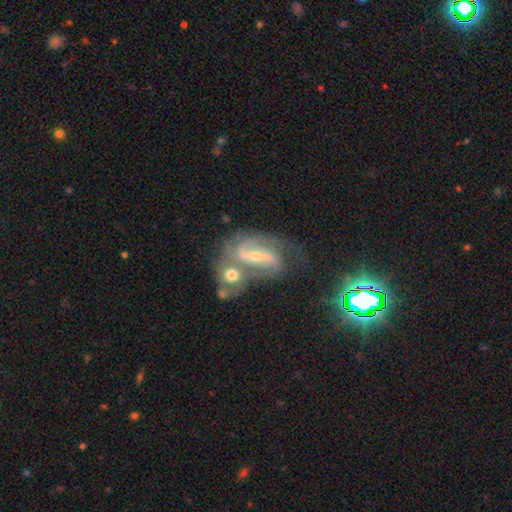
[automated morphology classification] featured or disk 83%, smooth 9%, star or artifact 8%. Down the decision tree: edge-on disk — no (95%); bar — strong (49%); spiral arms — yes (94%); spiral arm count — 2 (79%); spiral winding — medium (50%); bulge size — small (62%); merging — merger (42%).